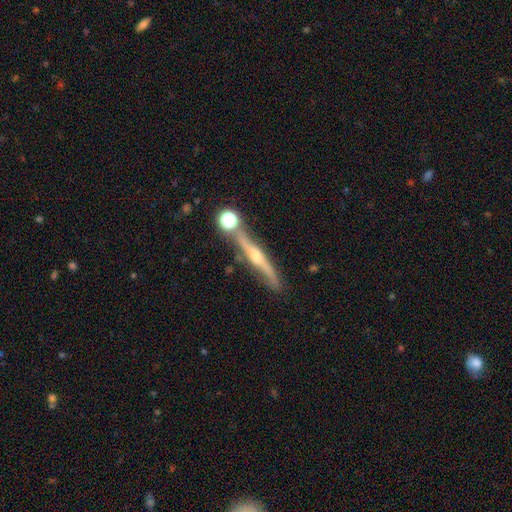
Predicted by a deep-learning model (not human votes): A featured or disk galaxy (75%) viewed edge-on (90%) with a rounded central bulge (88%). Merging: none (72%).